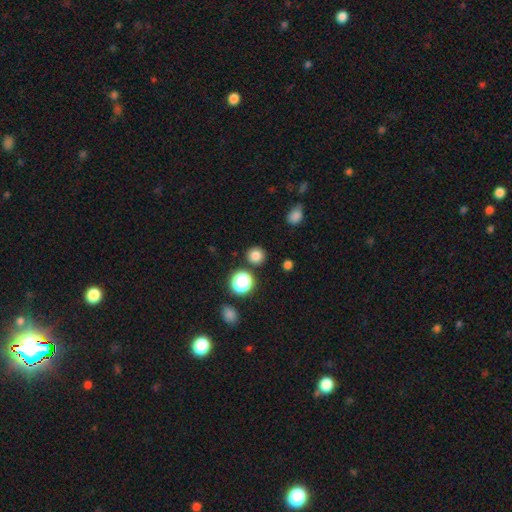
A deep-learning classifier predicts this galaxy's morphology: Smooth or featured?
  - smooth: 80% *
  - star or artifact: 16%
  - featured or disk: 5%
How rounded?
  - round: 91% *
  - in between: 8%
  - cigar-shaped: 1%
Merging?
  - none: 87% *
  - minor disturbance: 7%
  - merger: 3%
  - major disturbance: 3%